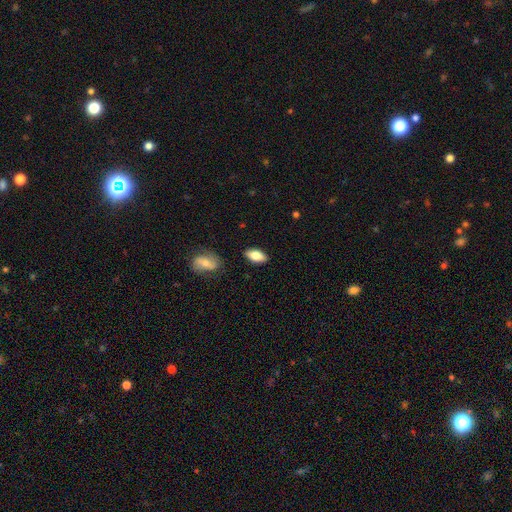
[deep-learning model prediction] smooth-or-featured: smooth: 74% | featured or disk: 19% | star or artifact: 6%
  how-rounded: in between: 89% | cigar-shaped: 8% | round: 3%
  merging: none: 86% | minor disturbance: 10% | major disturbance: 2% | merger: 2%